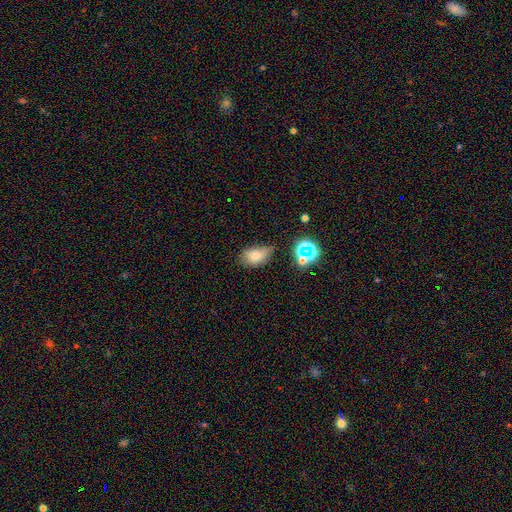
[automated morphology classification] This appears to be a smooth galaxy with no disk features (70%) that is in between round and cigar-shaped (83%). Merging: none (41%).